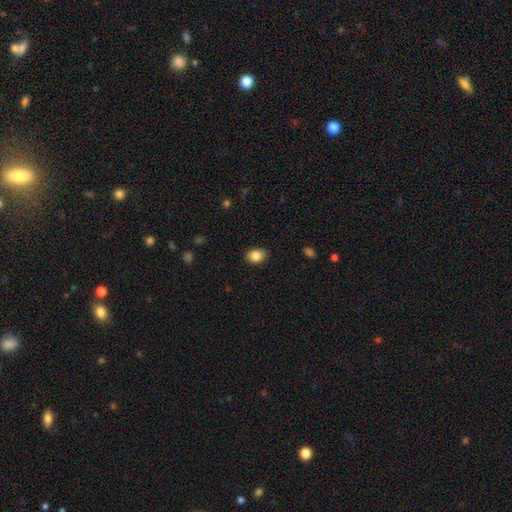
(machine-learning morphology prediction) type=smooth (86%); roundness=in between (74%); merging=none (85%).